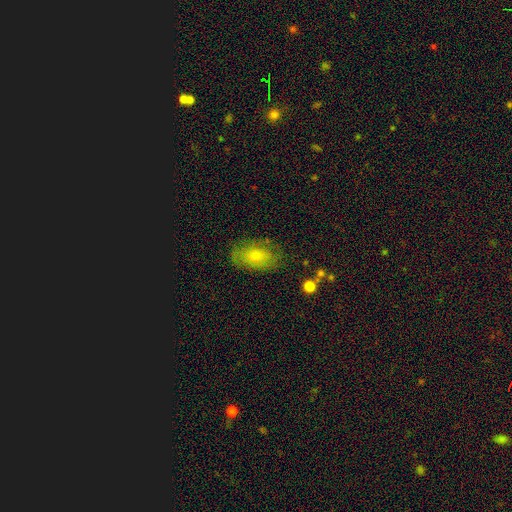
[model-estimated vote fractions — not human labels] Q: Smooth or featured?
A: smooth (63%); runner-up: featured or disk (27%)
Q: How rounded?
A: in between (89%); runner-up: round (9%)
Q: Merging?
A: none (75%); runner-up: minor disturbance (18%)